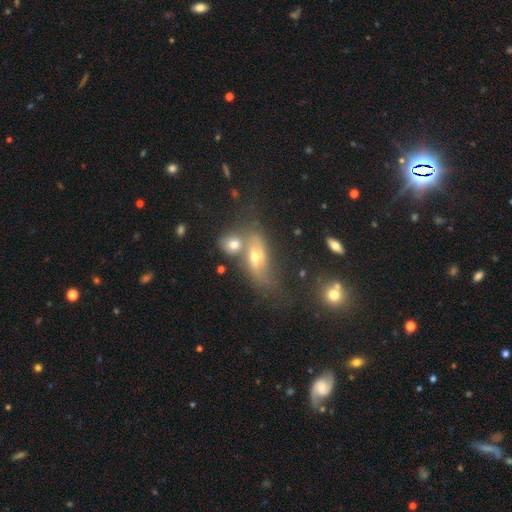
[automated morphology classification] This appears to be a smooth galaxy with no disk features (43%). Merging: merger (46%).